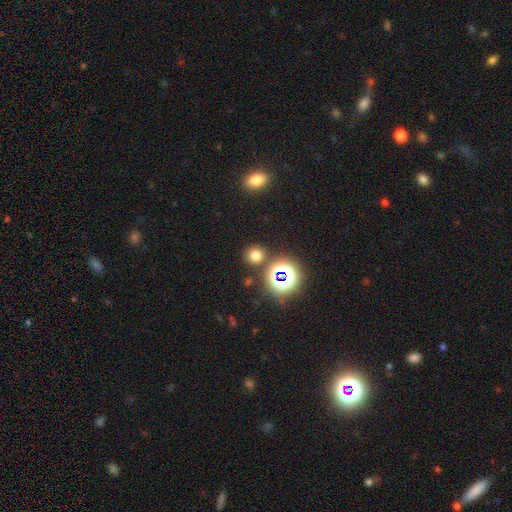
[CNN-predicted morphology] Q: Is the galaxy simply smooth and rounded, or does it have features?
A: smooth — 69%.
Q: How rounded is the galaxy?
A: round — 86%.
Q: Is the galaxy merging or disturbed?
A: none — 83%.